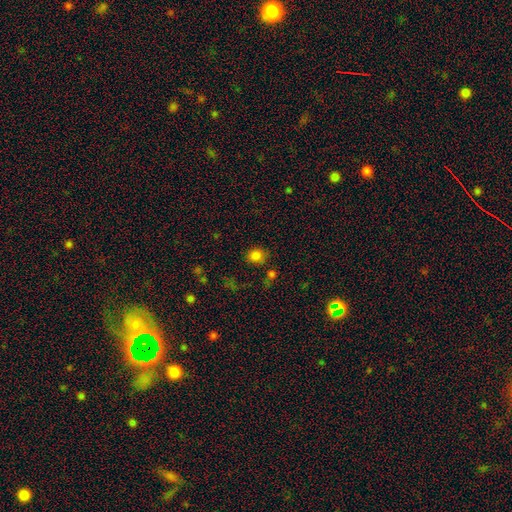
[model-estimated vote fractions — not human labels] smooth-or-featured: smooth: 81% | star or artifact: 14% | featured or disk: 5%
  how-rounded: round: 74% | in between: 25% | cigar-shaped: 1%
  merging: none: 77% | minor disturbance: 11% | merger: 7% | major disturbance: 4%